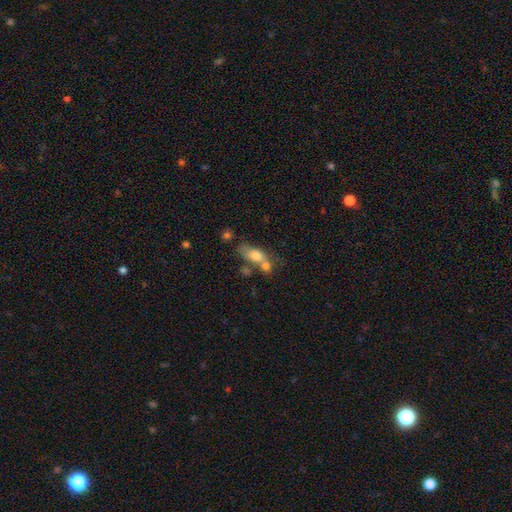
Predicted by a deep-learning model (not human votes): The model was most divided on "merging": merger: 44%, none: 31%, minor disturbance: 14%, major disturbance: 10%. More confident: how rounded — in between (75%); smooth or featured — smooth (71%).